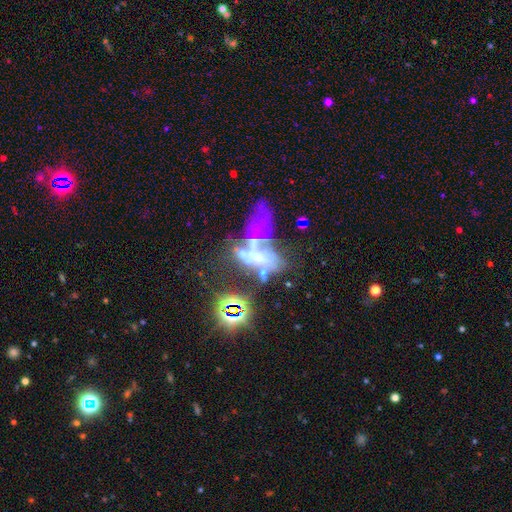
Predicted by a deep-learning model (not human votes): Smooth or featured?
  - featured or disk: 54% *
  - star or artifact: 24%
  - smooth: 21%
Edge-on disk?
  - no: 93% *
  - yes: 7%
Bar?
  - no: 85% *
  - weak: 10%
  - strong: 5%
Spiral arms?
  - no: 86% *
  - yes: 14%
Bulge size?
  - none: 49% *
  - moderate: 22%
  - small: 21%
  - large: 6%
  - dominant: 3%
Merging?
  - merger: 39% *
  - major disturbance: 33%
  - none: 16%
  - minor disturbance: 11%